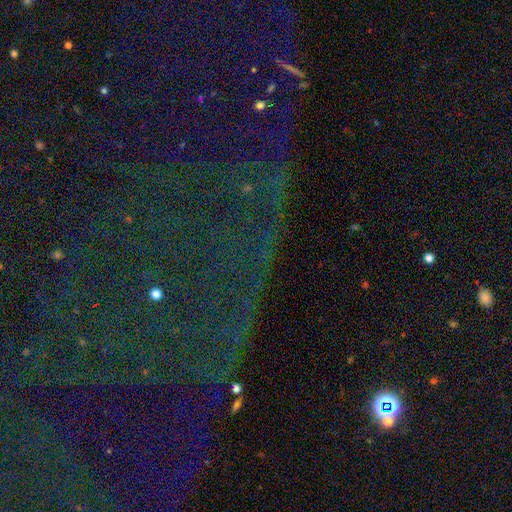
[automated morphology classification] smooth_or_featured: star or artifact (p=0.84) [alt: featured or disk p=0.08]